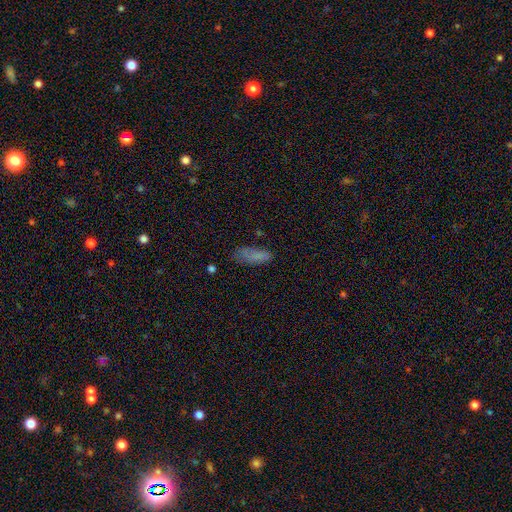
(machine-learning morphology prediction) Smooth or featured? smooth (76%)
How rounded? in between (71%)
Merging? none (58%)